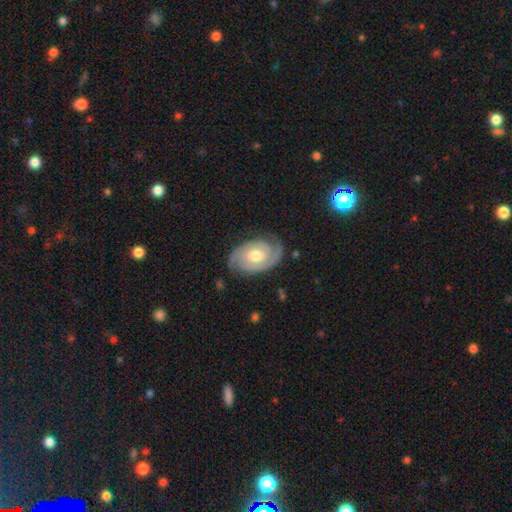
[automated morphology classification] type=featured or disk (85%); edge-on=no (96%); bar=no (53%); spiral arms=yes (95%); winding=tight (63%); arm count=2 (84%); bulge=moderate (74%); merging=none (79%).